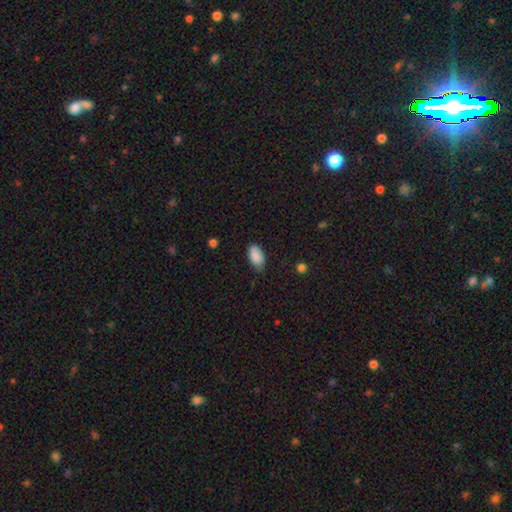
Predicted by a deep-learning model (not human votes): smooth-or-featured: smooth: 89% | star or artifact: 7% | featured or disk: 4%
  how-rounded: in between: 94% | round: 5% | cigar-shaped: 2%
  merging: none: 69% | minor disturbance: 26% | major disturbance: 4% | merger: 1%